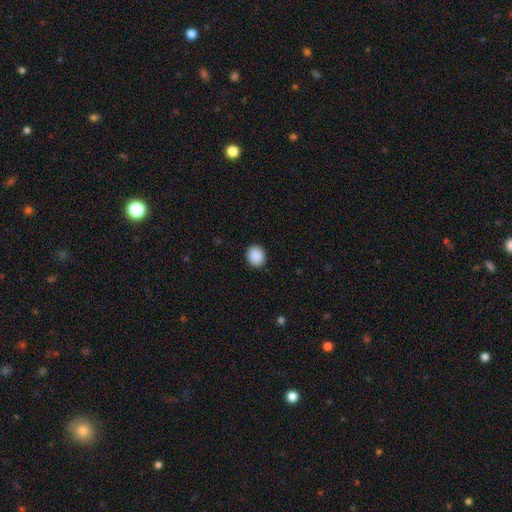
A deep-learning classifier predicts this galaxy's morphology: This appears to be a smooth galaxy with no disk features (90%) that is round (74%). Merging: none (91%).